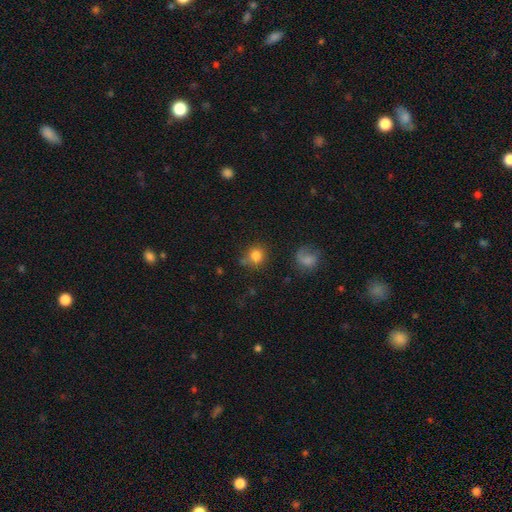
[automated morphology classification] The model was most divided on "merging": none: 68%, minor disturbance: 17%, merger: 9%, major disturbance: 7%. More confident: smooth or featured — smooth (82%); how rounded — round (81%).